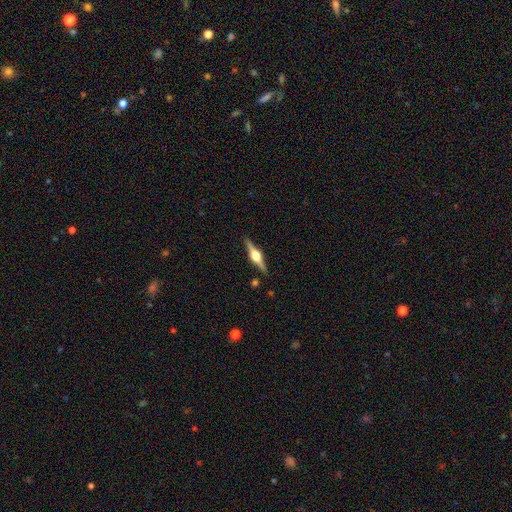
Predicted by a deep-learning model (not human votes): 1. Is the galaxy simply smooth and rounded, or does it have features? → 82% featured or disk, 13% smooth, 5% star or artifact.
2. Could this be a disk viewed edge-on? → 98% yes, 2% no.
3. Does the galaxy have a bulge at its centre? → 95% rounded, 4% boxy, 1% none.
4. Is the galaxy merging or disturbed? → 90% none, 7% minor disturbance, 2% merger, 2% major disturbance.